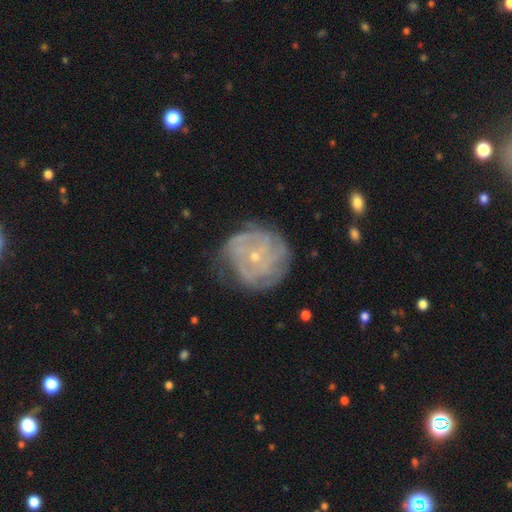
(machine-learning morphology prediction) featured or disk 78%, smooth 14%, star or artifact 8%. Down the decision tree: edge-on disk — no (97%); bar — no (76%); spiral arms — yes (88%); spiral arm count — can't tell (43%); spiral winding — tight (69%); bulge size — small (81%); merging — none (68%).